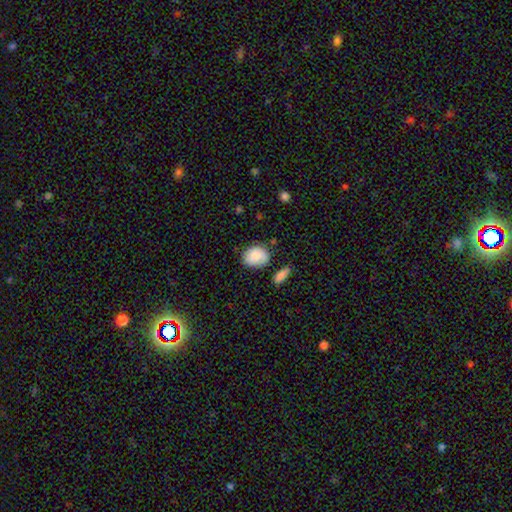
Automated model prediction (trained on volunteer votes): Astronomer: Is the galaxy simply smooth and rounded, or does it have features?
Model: smooth — 85%.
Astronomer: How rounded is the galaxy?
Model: in between — 53% (runner-up: round, 46%).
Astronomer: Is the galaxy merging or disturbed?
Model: none — 67%.